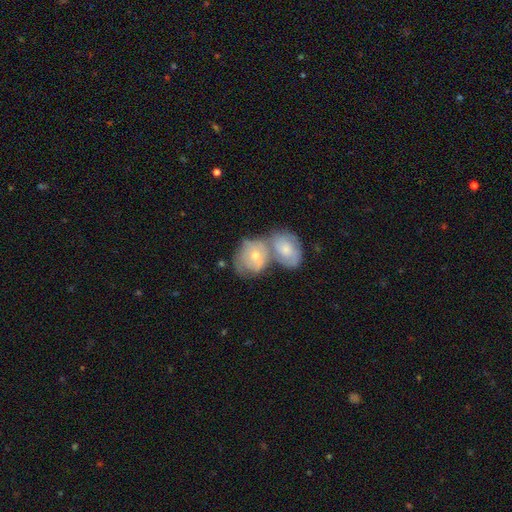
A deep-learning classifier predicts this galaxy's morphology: A featured or disk galaxy (54%) with no bar (61%), spiral arms (71%) and a small central bulge (49%).

Vote fractions:
- Smooth or featured? featured or disk: 54% / smooth: 32% / star or artifact: 15%
- Edge-on disk? no: 94% / yes: 6%
- Bar? no: 61% / weak: 29% / strong: 10%
- Spiral arms? yes: 71% / no: 29%
- Bulge size? small: 49% / moderate: 44% / large: 3% / none: 3% / dominant: 2%
- Merging? merger: 60% / none: 30% / minor disturbance: 7% / major disturbance: 4%